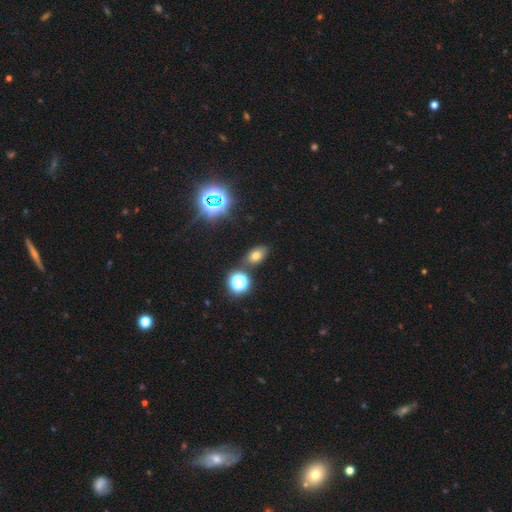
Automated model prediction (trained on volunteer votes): Smooth or featured?
  - smooth: 65% *
  - star or artifact: 24%
  - featured or disk: 11%
How rounded?
  - in between: 78% *
  - round: 20%
  - cigar-shaped: 2%
Merging?
  - none: 79% *
  - minor disturbance: 12%
  - merger: 6%
  - major disturbance: 3%